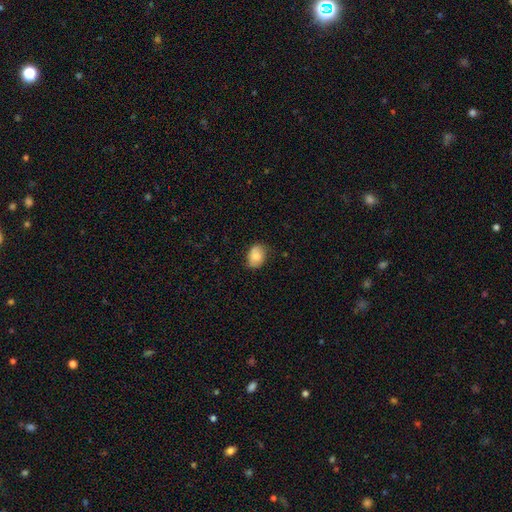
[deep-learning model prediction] Overall: smooth (82%). How rounded: in between (71%). Merging: none (72%).